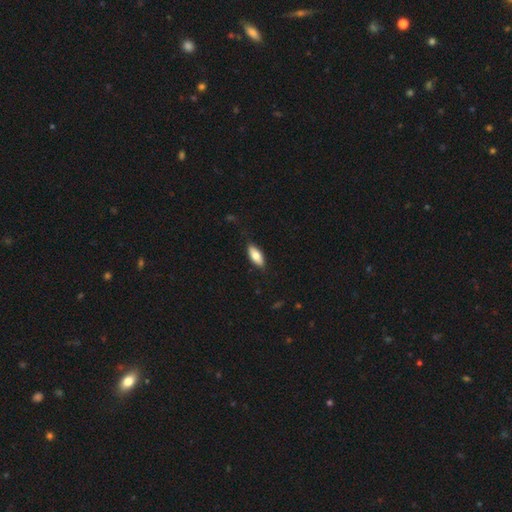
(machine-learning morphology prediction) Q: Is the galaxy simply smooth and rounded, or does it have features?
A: smooth — 74%.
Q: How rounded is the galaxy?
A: in between — 79%.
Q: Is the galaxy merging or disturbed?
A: none — 83%.